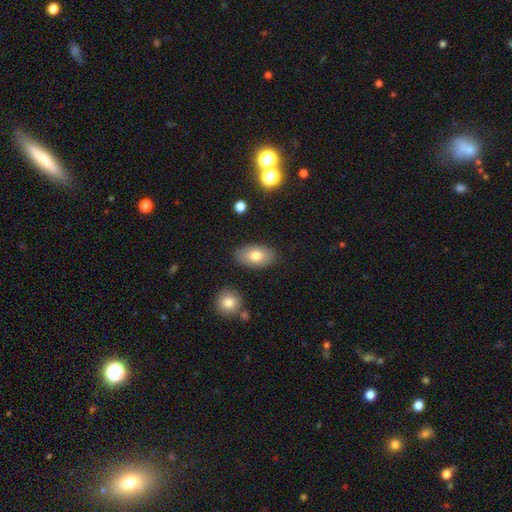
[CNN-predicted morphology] Smooth or featured?
  - smooth: 76% *
  - featured or disk: 16%
  - star or artifact: 7%
How rounded?
  - in between: 92% *
  - round: 6%
  - cigar-shaped: 2%
Merging?
  - none: 85% *
  - minor disturbance: 10%
  - major disturbance: 3%
  - merger: 2%